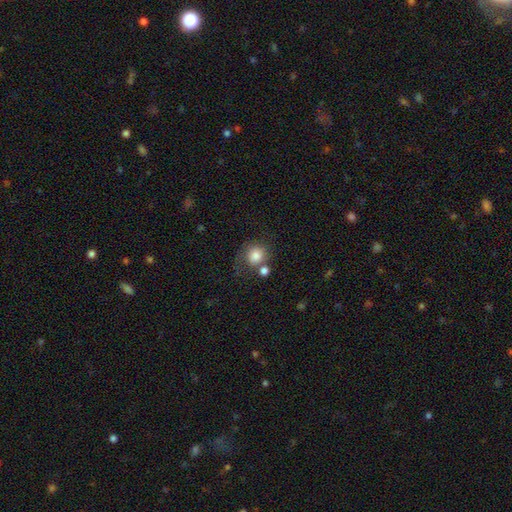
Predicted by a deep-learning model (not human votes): A smooth galaxy with no disk features (81%) that is round (82%).

Vote fractions:
- Smooth or featured? smooth: 81% / featured or disk: 10% / star or artifact: 9%
- How rounded? round: 82% / in between: 17% / cigar-shaped: 1%
- Merging? none: 51% / merger: 23% / minor disturbance: 16% / major disturbance: 10%